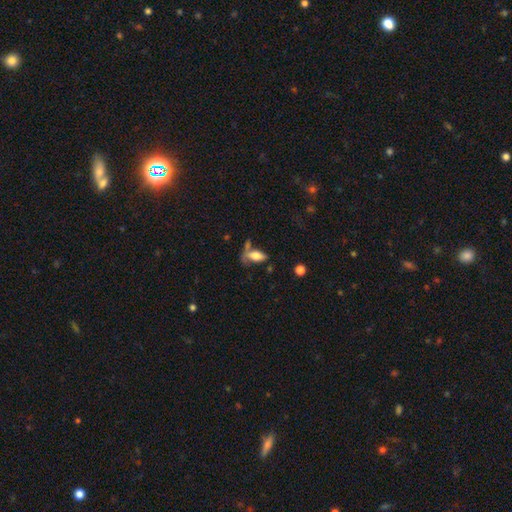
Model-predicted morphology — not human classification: smooth 69%, featured or disk 23%, star or artifact 8%. Down the decision tree: how rounded — in between (83%); merging — none (40%).